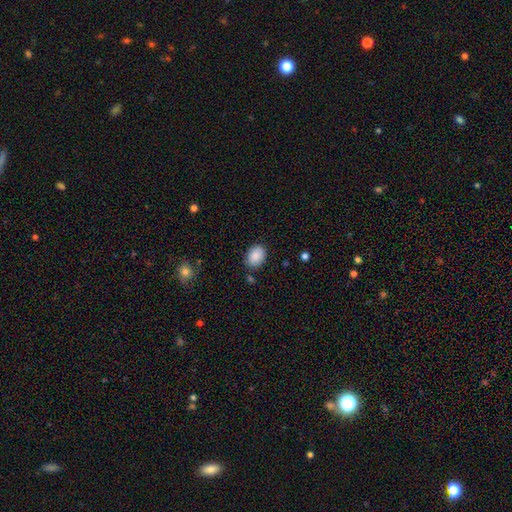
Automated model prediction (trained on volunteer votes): smooth_or_featured: smooth (p=0.89) [alt: star or artifact p=0.07]
how_rounded: in between (p=0.71) [alt: round p=0.28]
merging: none (p=0.82) [alt: minor disturbance p=0.13]